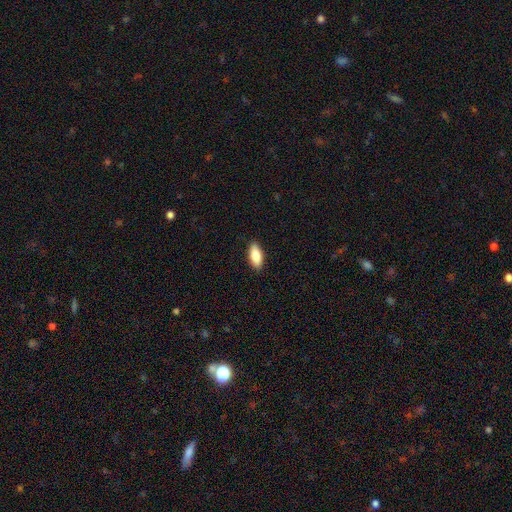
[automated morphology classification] Smooth or featured? Predicted: smooth (p=0.85). How rounded? Predicted: in between (p=0.84). Merging? Predicted: none (p=0.89).